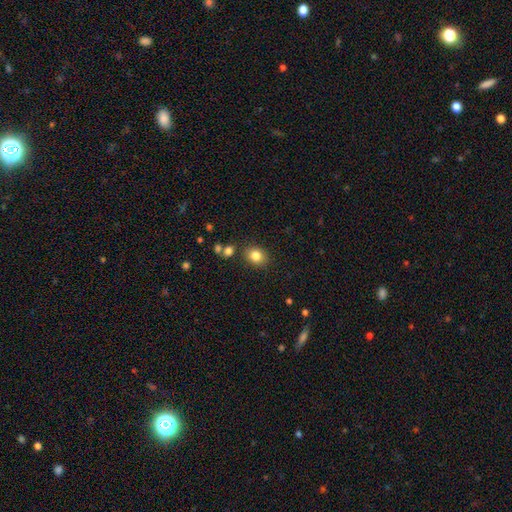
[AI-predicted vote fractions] A smooth galaxy with no disk features (83%) that is round (52%). Merging: none (83%).